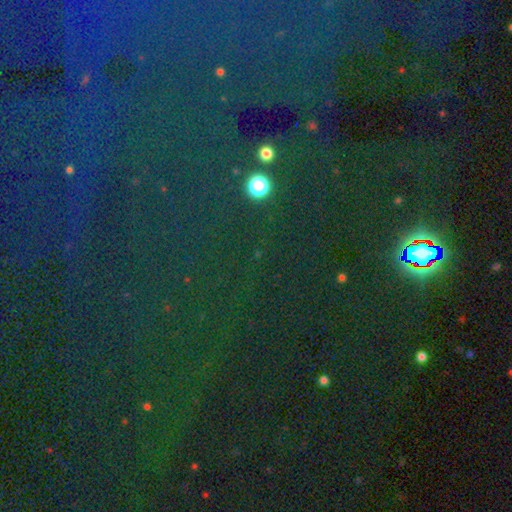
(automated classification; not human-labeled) A star or artifact, not a galaxy (83%).

Vote fractions:
- Smooth or featured? star or artifact: 83% / smooth: 10% / featured or disk: 7%